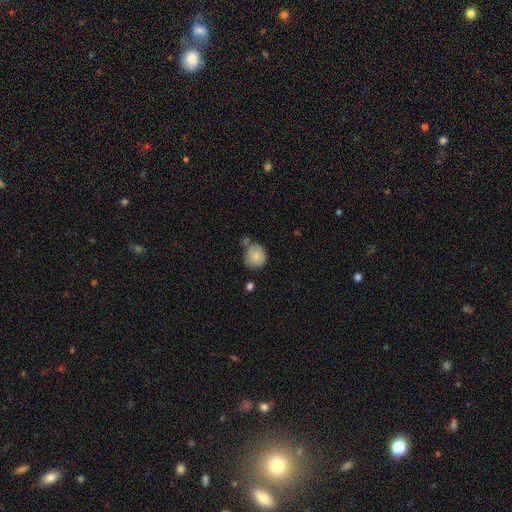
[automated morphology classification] This is likely a smooth galaxy (78%). How rounded: clearly round (82%). Merging: possibly none (53%).